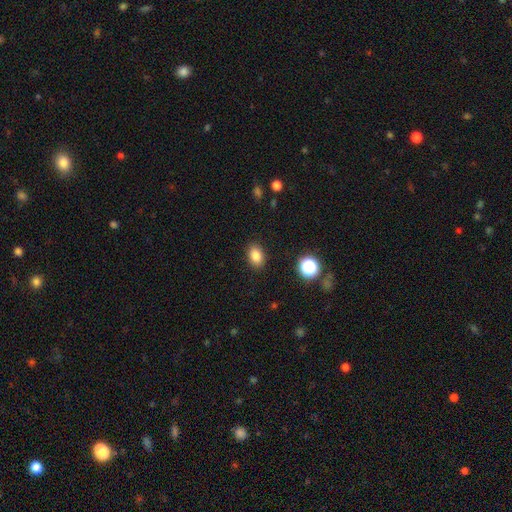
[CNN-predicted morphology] A smooth galaxy with no disk features (83%) that is in between round and cigar-shaped (78%).

Vote fractions:
- Smooth or featured? smooth: 83% / star or artifact: 11% / featured or disk: 6%
- How rounded? in between: 78% / round: 20% / cigar-shaped: 1%
- Merging? none: 88% / minor disturbance: 8% / major disturbance: 2% / merger: 1%